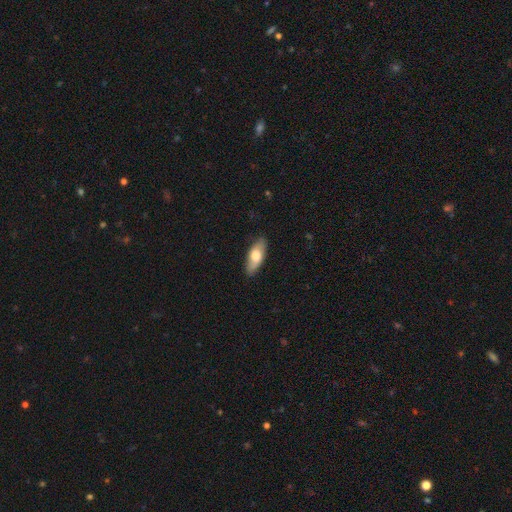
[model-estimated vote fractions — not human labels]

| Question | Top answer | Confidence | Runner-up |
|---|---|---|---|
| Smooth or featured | smooth | 66% | featured or disk (29%) |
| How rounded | in between | 75% | cigar-shaped (22%) |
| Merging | none | 85% | minor disturbance (11%) |